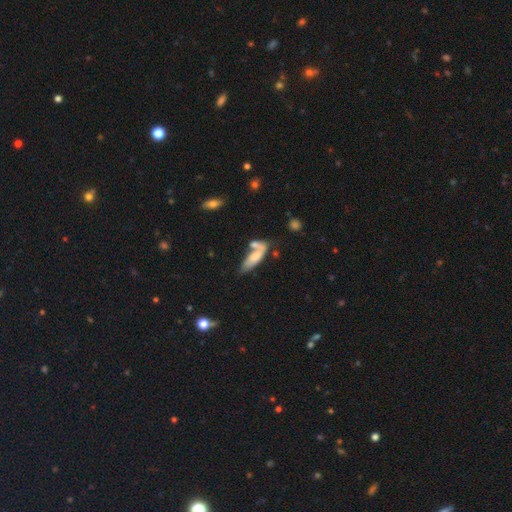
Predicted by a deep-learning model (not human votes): Smooth or featured? Predicted: smooth (p=0.65). How rounded? Predicted: in between (p=0.60). Merging? Predicted: merger (p=0.45).